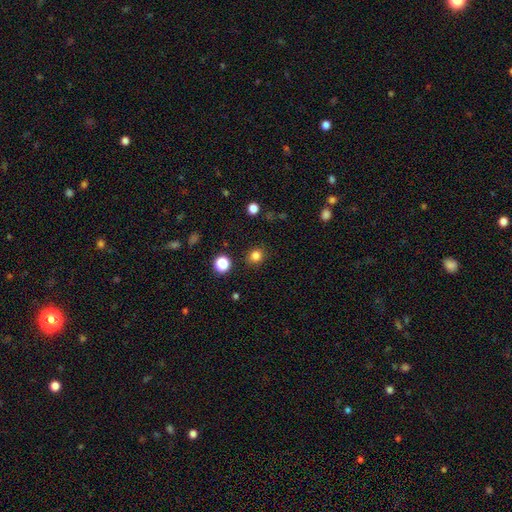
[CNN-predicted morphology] A smooth galaxy with no disk features (82%) that is round (83%).

Vote fractions:
- Smooth or featured? smooth: 82% / star or artifact: 14% / featured or disk: 4%
- How rounded? round: 83% / in between: 16% / cigar-shaped: 1%
- Merging? none: 89% / minor disturbance: 7% / major disturbance: 2% / merger: 2%